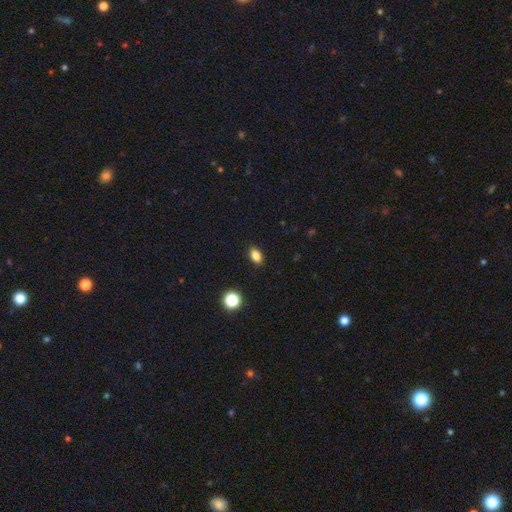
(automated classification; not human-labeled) Morphology: type=smooth (83%); roundness=in between (82%); merging=none (88%).